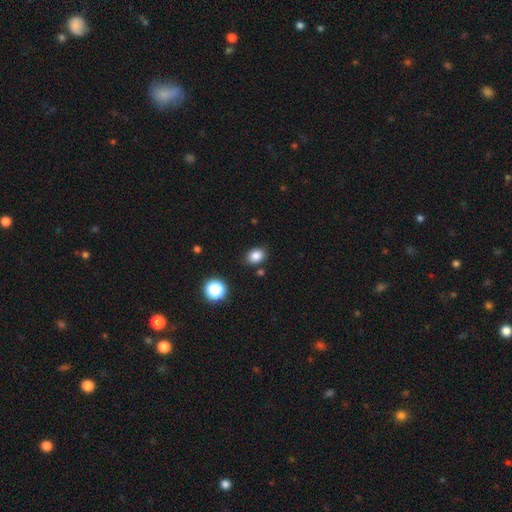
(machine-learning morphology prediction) smooth 83%, star or artifact 12%, featured or disk 5%. Down the decision tree: how rounded — in between (59%); merging — none (84%).